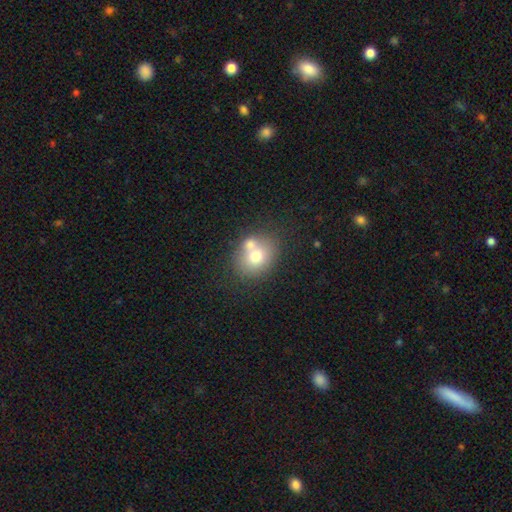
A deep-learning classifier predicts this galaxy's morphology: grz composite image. It shows a smooth galaxy with no disk features (70%) that is round (57%). Merging: none (48%).